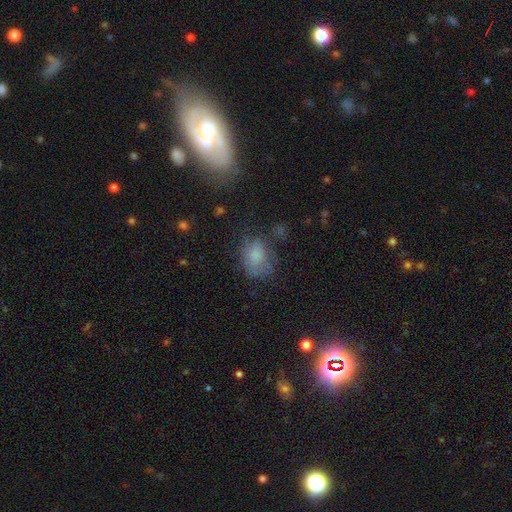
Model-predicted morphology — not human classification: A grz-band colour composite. It shows a smooth galaxy with no disk features (73%) that is in between round and cigar-shaped (68%). Merging: none (46%).